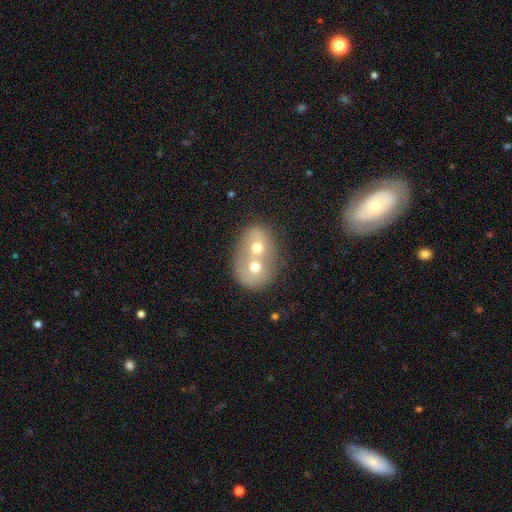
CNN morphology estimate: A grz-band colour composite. It shows a smooth galaxy with no disk features (46%). Merging: merger (69%).